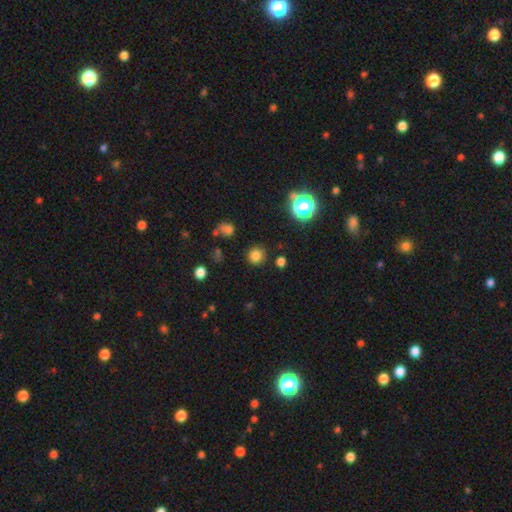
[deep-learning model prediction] smooth 80%, star or artifact 15%, featured or disk 5%. Down the decision tree: how rounded — round (93%); merging — none (89%).